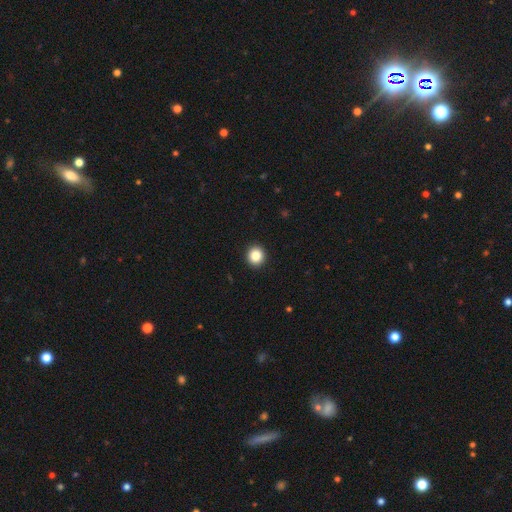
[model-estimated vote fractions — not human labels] Smooth or featured? smooth (86%)
How rounded? round (91%)
Merging? none (93%)